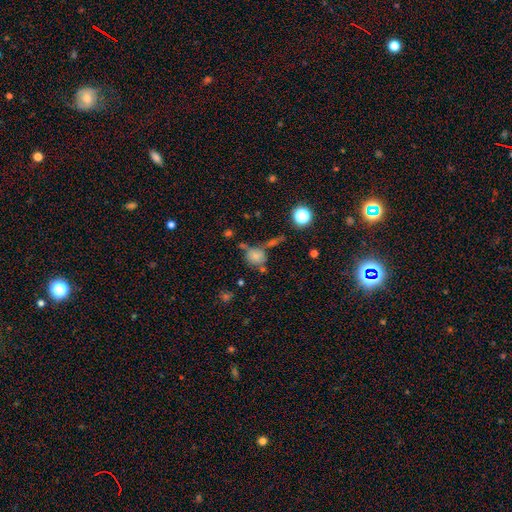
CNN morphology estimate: Overall: smooth (72%). How rounded: round (72%). Merging: none (49%; merger 27%).